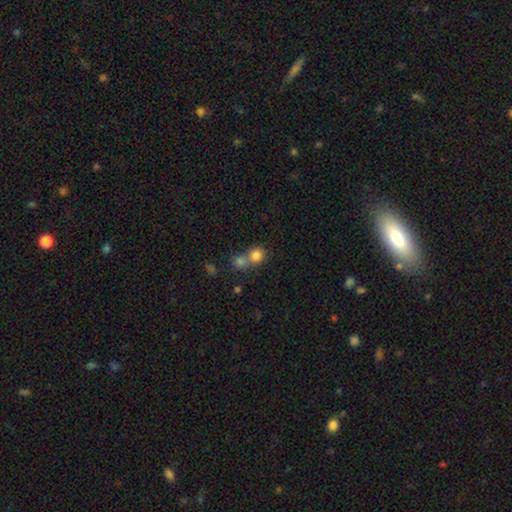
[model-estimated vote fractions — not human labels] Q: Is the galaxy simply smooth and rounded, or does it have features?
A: smooth — 81%.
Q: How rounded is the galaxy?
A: round — 81%.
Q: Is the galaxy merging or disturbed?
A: merger — 51%.